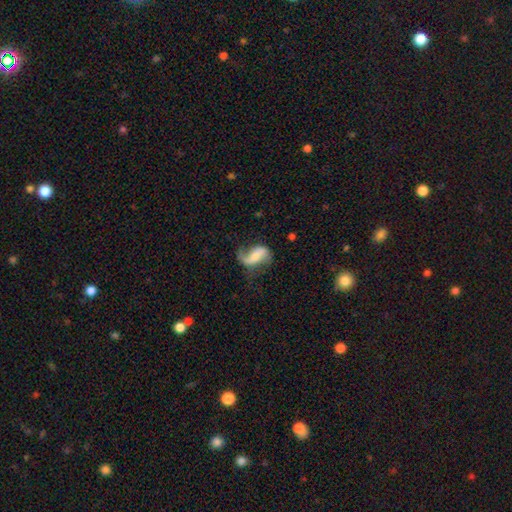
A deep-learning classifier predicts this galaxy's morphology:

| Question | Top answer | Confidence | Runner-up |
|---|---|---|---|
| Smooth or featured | featured or disk | 67% | smooth (25%) |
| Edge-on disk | no | 96% | yes (4%) |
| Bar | weak | 37% | no (34%) |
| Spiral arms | yes | 89% | no (11%) |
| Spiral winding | loose | 76% | medium (19%) |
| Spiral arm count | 2 | 79% | 1 (15%) |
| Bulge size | small | 37% | moderate (31%) |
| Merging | none | 49% | minor disturbance (25%) |